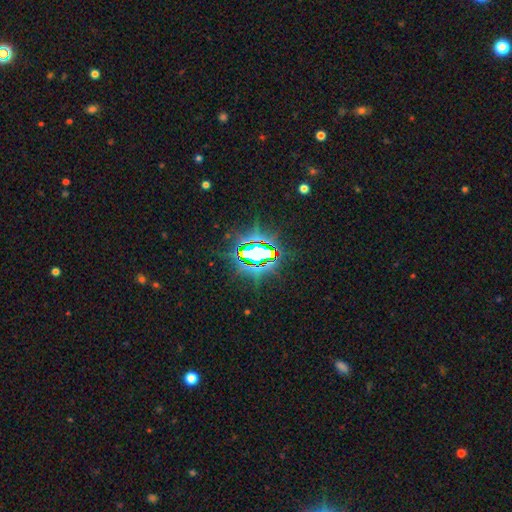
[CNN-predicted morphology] A star or artifact, not a galaxy (83%).